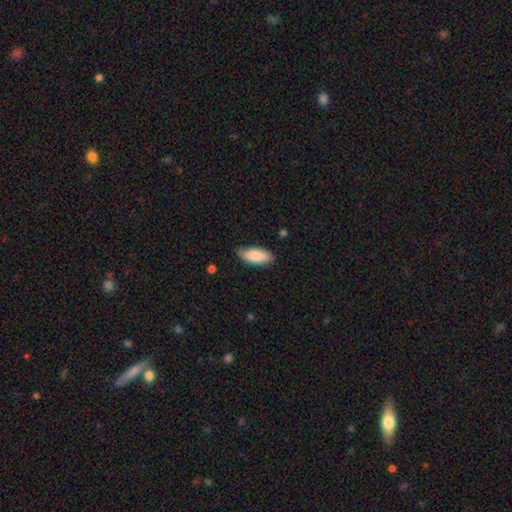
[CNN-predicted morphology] A smooth galaxy with no disk features (84%) that is in between round and cigar-shaped (87%). Merging: none (81%).